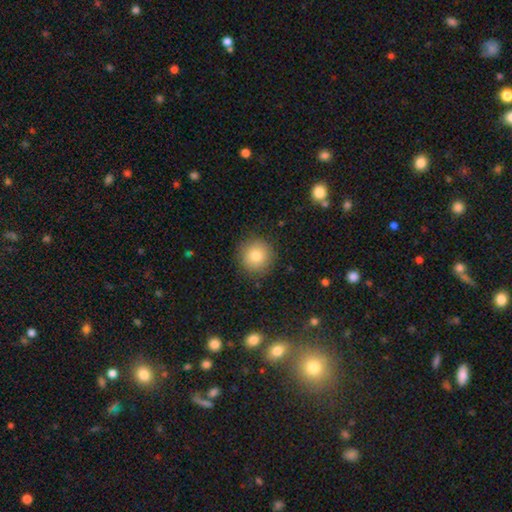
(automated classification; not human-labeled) Overall: smooth (81%). How rounded: round (94%). Merging: none (89%).